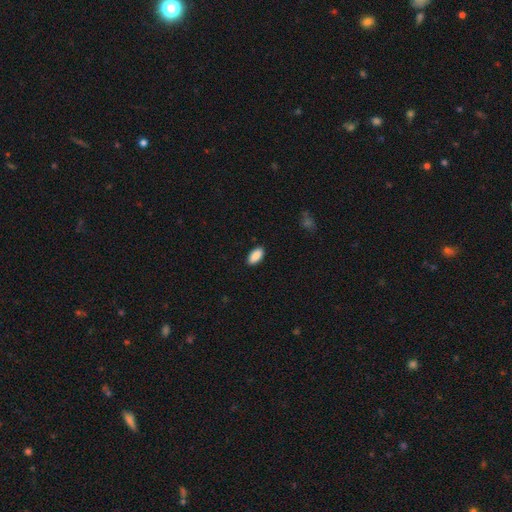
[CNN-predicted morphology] smooth 90%, star or artifact 6%, featured or disk 4%. Down the decision tree: how rounded — in between (94%); merging — none (89%).